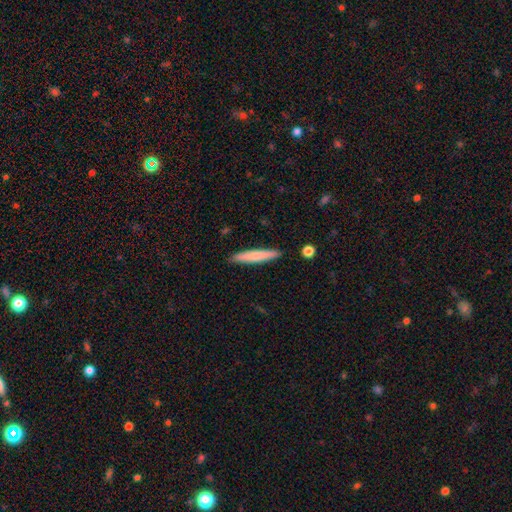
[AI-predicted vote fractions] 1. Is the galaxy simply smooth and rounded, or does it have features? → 73% smooth, 22% featured or disk, 6% star or artifact.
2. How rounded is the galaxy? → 94% cigar-shaped, 5% in between, 1% round.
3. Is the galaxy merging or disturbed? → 90% none, 7% minor disturbance, 1% major disturbance, 1% merger.